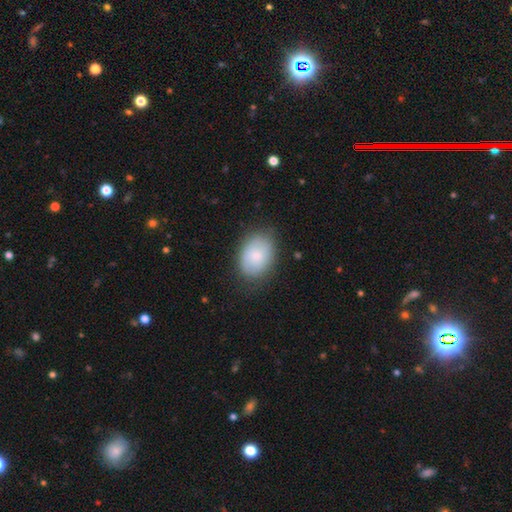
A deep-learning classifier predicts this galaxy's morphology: This is likely a smooth galaxy (75%). How rounded: likely in between (78%). Merging: likely none (78%).